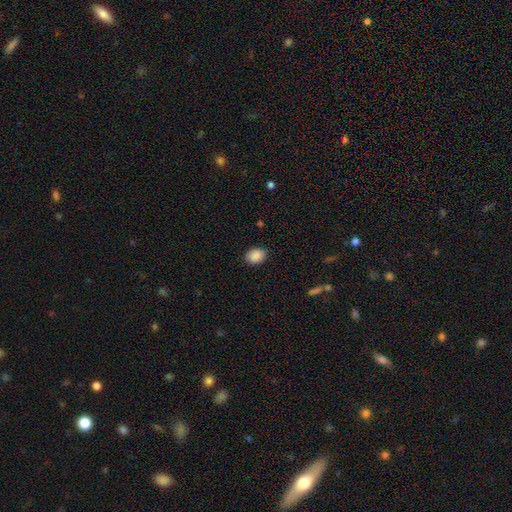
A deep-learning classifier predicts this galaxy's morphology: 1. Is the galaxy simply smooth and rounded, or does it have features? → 89% smooth, 8% star or artifact, 3% featured or disk.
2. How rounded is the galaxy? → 59% in between, 40% round, 1% cigar-shaped.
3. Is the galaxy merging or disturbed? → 87% none, 10% minor disturbance, 2% major disturbance, 1% merger.